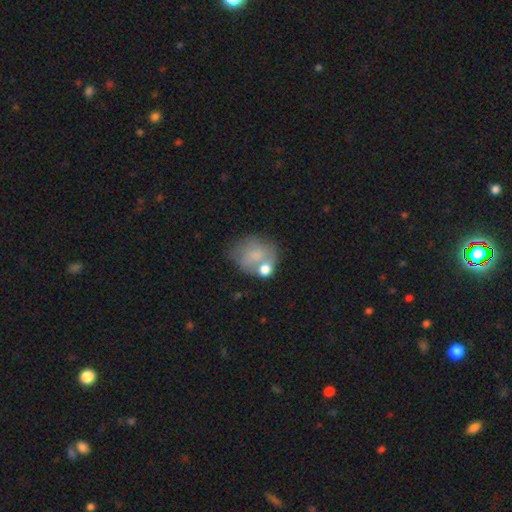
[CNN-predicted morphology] Q: Smooth or featured?
A: smooth (63%); runner-up: featured or disk (27%)
Q: How rounded?
A: round (63%); runner-up: in between (36%)
Q: Merging?
A: none (43%); runner-up: merger (22%)